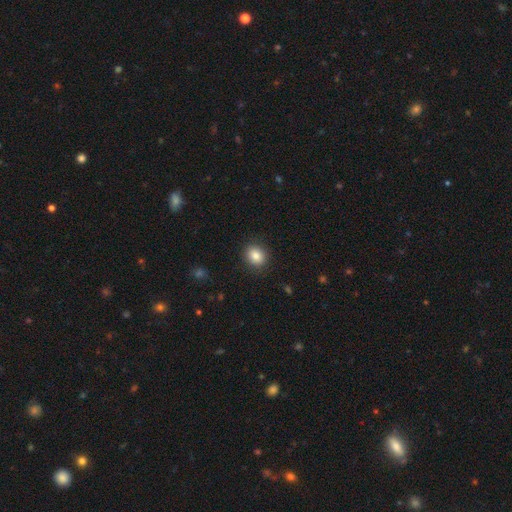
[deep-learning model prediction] This appears to be a smooth galaxy with no disk features (85%) that is round (64%). Merging: none (89%).